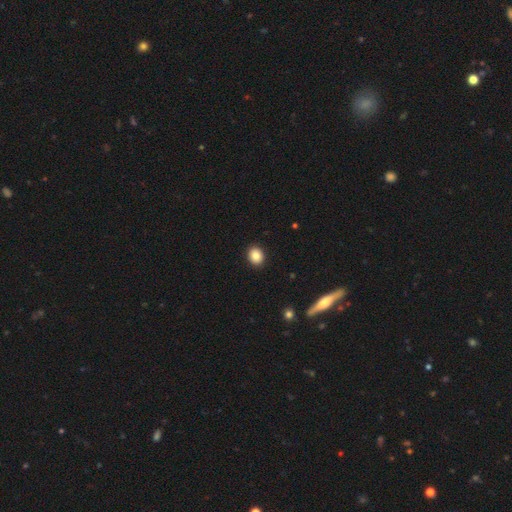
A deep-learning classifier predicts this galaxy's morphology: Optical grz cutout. It shows a smooth galaxy with no disk features (85%) that is round (61%). Merging: none (92%).